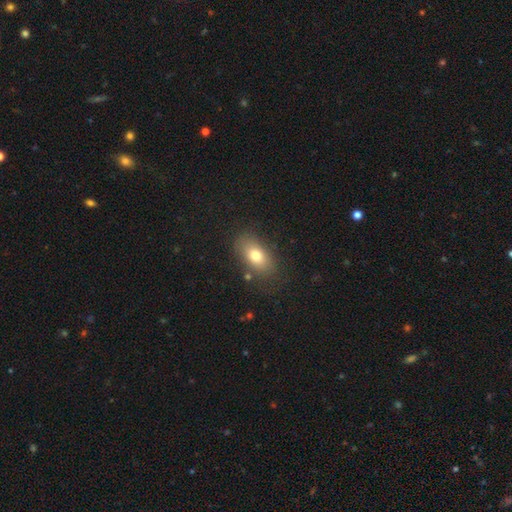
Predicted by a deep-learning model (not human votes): This appears to be a smooth galaxy with no disk features (76%) that is in between round and cigar-shaped (87%). Merging: none (80%).